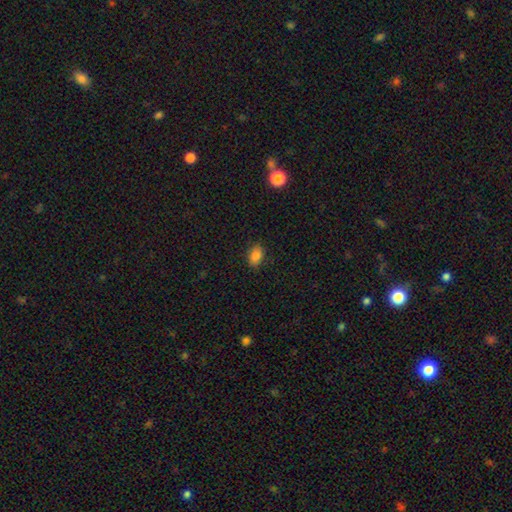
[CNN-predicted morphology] Smooth or featured? smooth (85%)
How rounded? in between (85%)
Merging? none (86%)